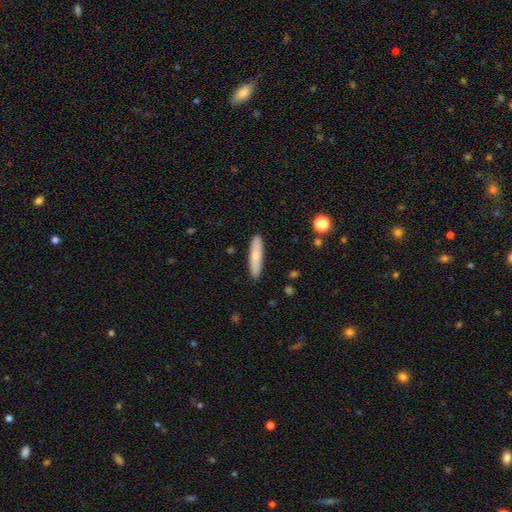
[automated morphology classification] A smooth galaxy with no disk features (77%) that is cigar-shaped (81%). Merging: none (90%).